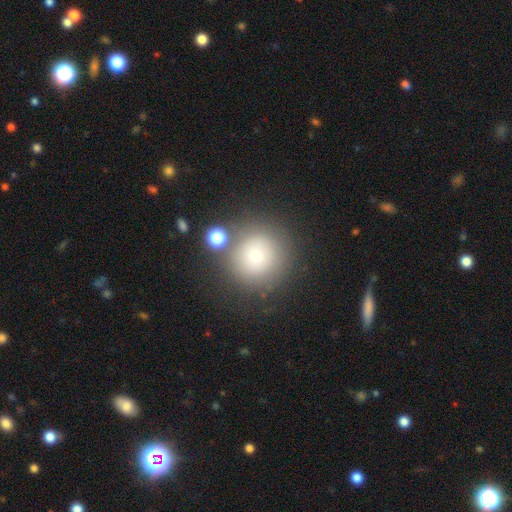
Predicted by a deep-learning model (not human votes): Q: Smooth or featured?
A: smooth (69%); runner-up: featured or disk (17%)
Q: How rounded?
A: round (94%); runner-up: in between (5%)
Q: Merging?
A: none (75%); runner-up: minor disturbance (12%)